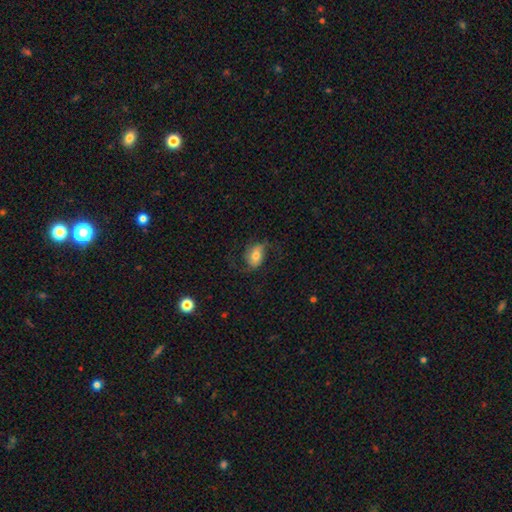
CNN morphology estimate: A featured or disk galaxy (51%).

Vote fractions:
- Smooth or featured? featured or disk: 51% / smooth: 41% / star or artifact: 9%
- Edge-on disk? no: 94% / yes: 6%
- Merging? none: 63% / minor disturbance: 19% / major disturbance: 17% / merger: 1%